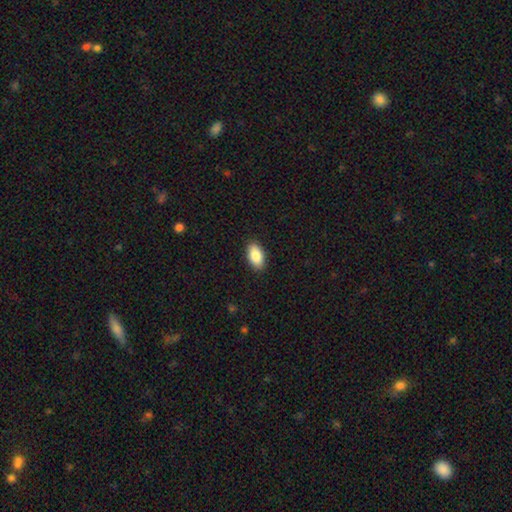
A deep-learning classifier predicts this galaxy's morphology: A smooth galaxy with no disk features (86%) that is in between round and cigar-shaped (93%). Merging: none (90%).